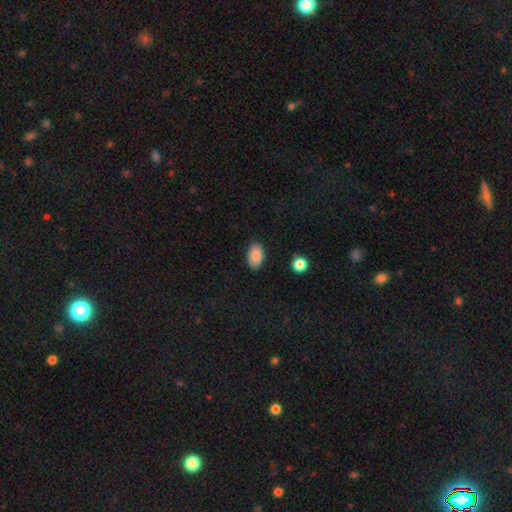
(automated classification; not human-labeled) This appears to be a smooth galaxy with no disk features (89%) that is in between round and cigar-shaped (92%). Merging: none (86%).